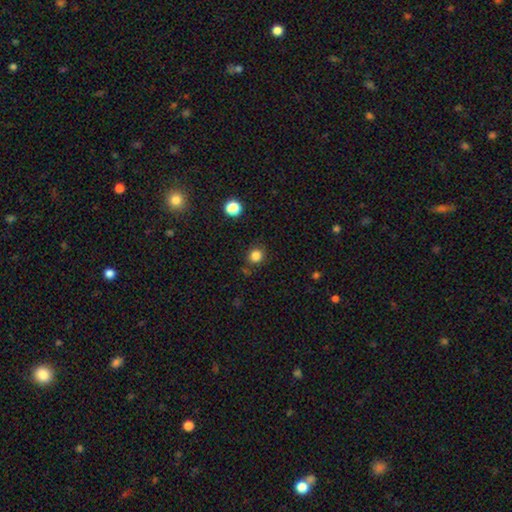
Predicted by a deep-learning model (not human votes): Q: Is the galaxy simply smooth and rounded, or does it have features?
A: smooth — 83%.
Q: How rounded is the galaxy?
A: round — 85%.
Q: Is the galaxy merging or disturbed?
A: none — 83%.